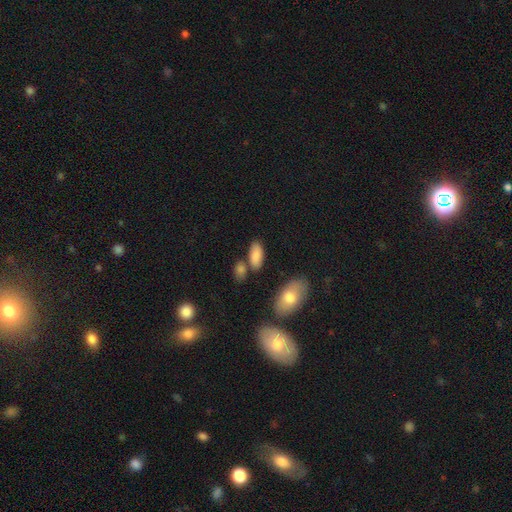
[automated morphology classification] type=smooth (85%); roundness=in between (89%); merging=none (71%).